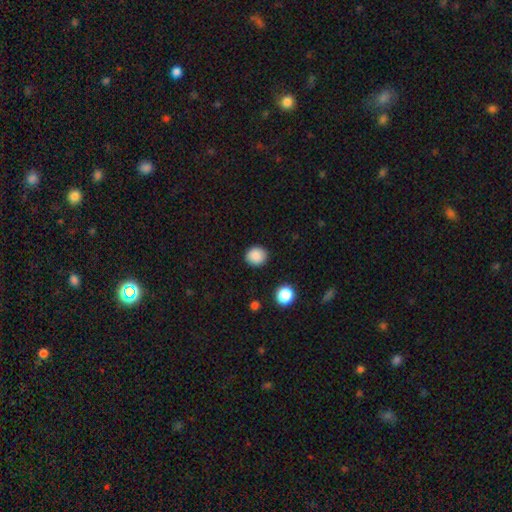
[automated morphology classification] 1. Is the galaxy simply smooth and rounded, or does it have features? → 88% smooth, 9% star or artifact, 3% featured or disk.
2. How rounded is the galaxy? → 84% round, 15% in between, 1% cigar-shaped.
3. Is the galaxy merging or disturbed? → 89% none, 7% minor disturbance, 2% major disturbance, 1% merger.